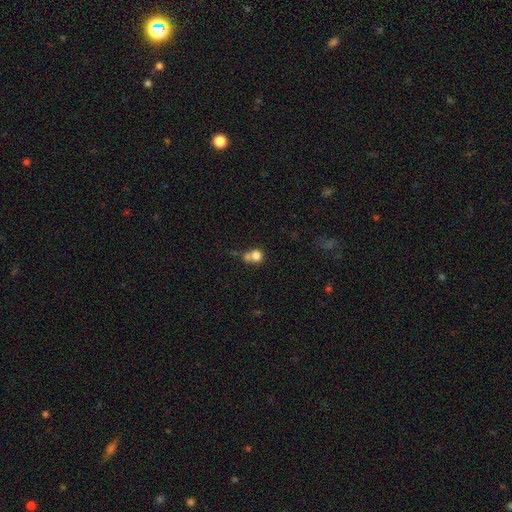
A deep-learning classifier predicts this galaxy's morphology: The model was most divided on "merging": merger: 50%, none: 35%, minor disturbance: 9%, major disturbance: 6%. More confident: how rounded — round (80%); smooth or featured — smooth (76%).